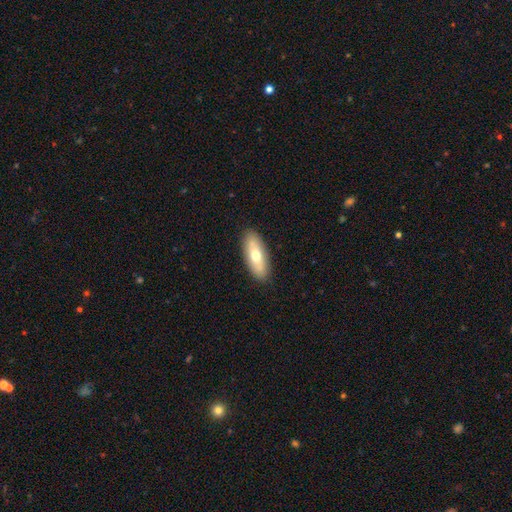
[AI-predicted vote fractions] Morphology: type=smooth (65%); roundness=in between (69%); merging=none (88%).